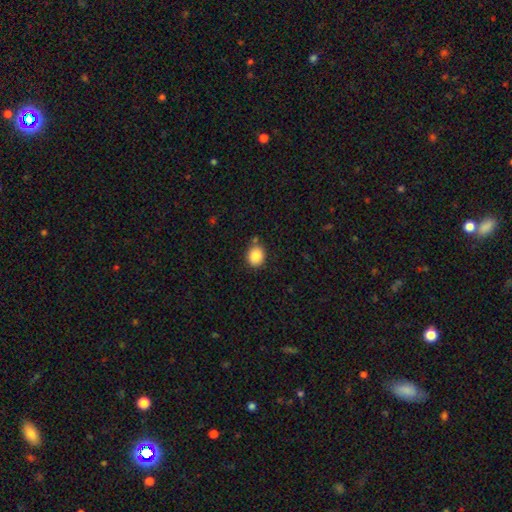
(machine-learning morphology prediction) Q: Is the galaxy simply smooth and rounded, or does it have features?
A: smooth — 87%.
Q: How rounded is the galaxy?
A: round — 65%.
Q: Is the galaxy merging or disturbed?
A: none — 79%.